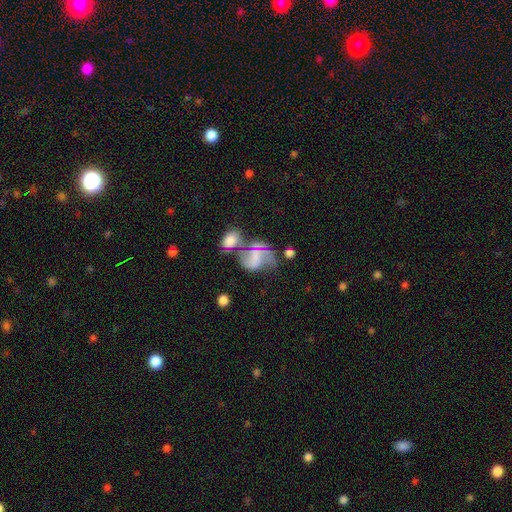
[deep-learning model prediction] Overall: featured or disk (48%; smooth 38%). Merging: none (29%; merger 26%).